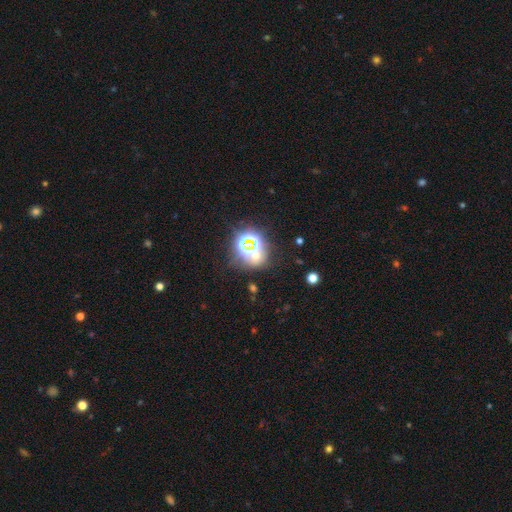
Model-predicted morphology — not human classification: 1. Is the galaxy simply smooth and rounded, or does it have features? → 60% star or artifact, 30% smooth, 10% featured or disk.